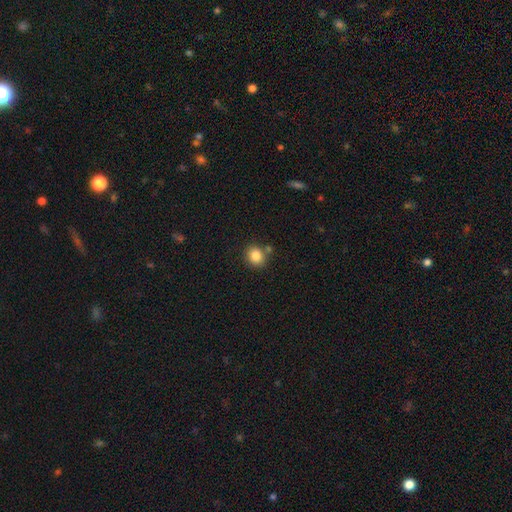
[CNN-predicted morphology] Smooth or featured?
  - smooth: 84% *
  - star or artifact: 10%
  - featured or disk: 6%
How rounded?
  - round: 77% *
  - in between: 22%
  - cigar-shaped: 1%
Merging?
  - none: 76% *
  - minor disturbance: 11%
  - merger: 10%
  - major disturbance: 3%